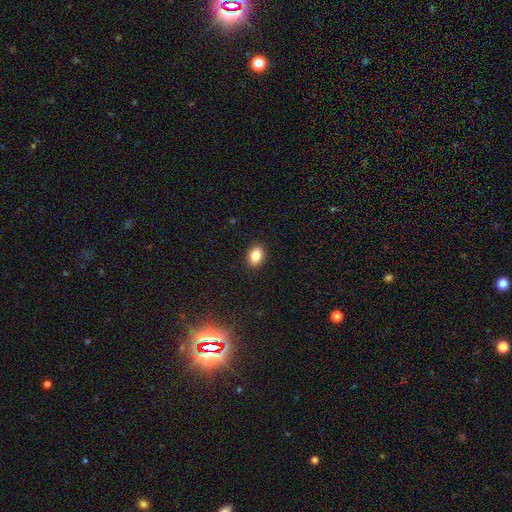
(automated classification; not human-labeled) Smooth or featured: smooth — 86% (star or artifact — 9%)
How rounded: in between — 78% (round — 20%)
Merging: none — 90% (minor disturbance — 7%)